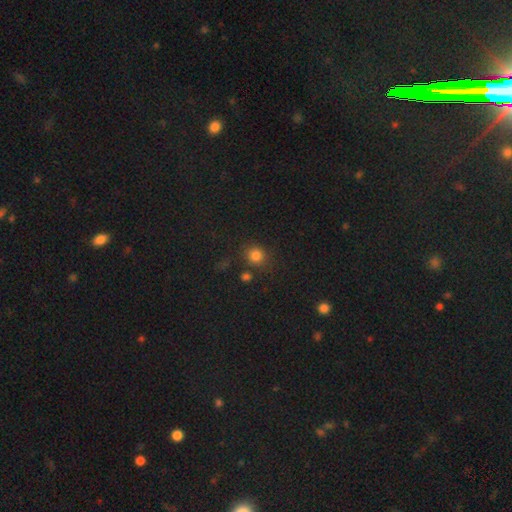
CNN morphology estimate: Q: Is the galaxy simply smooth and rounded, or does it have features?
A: smooth — 80%.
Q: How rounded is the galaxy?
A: round — 86%.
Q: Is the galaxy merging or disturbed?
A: none — 76%.